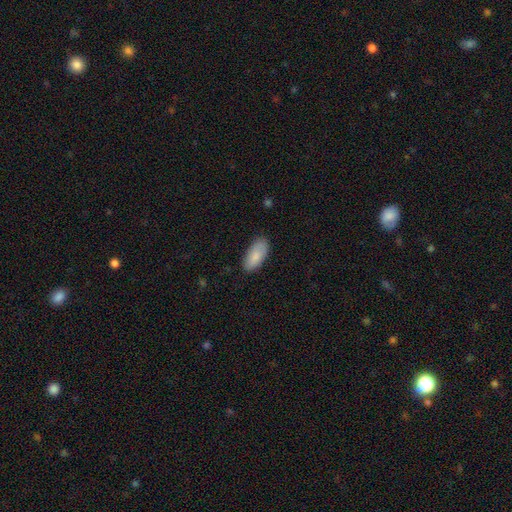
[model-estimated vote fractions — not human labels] The model was most divided on "merging": none: 82%, minor disturbance: 14%, major disturbance: 3%, merger: 1%. More confident: how rounded — in between (91%); smooth or featured — smooth (85%).